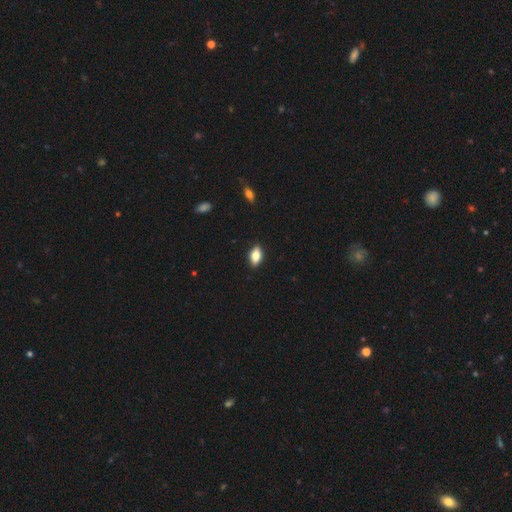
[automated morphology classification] Smooth or featured: smooth — 77% (featured or disk — 16%)
How rounded: in between — 88% (cigar-shaped — 8%)
Merging: none — 88% (minor disturbance — 9%)